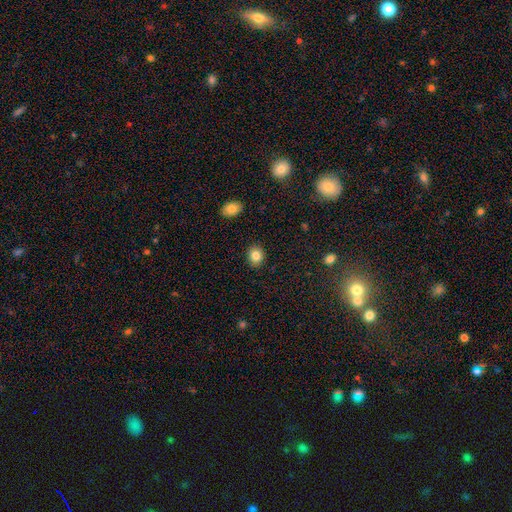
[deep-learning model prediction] Q: Smooth or featured?
A: smooth (84%); runner-up: star or artifact (10%)
Q: How rounded?
A: round (61%); runner-up: in between (38%)
Q: Merging?
A: none (90%); runner-up: minor disturbance (7%)